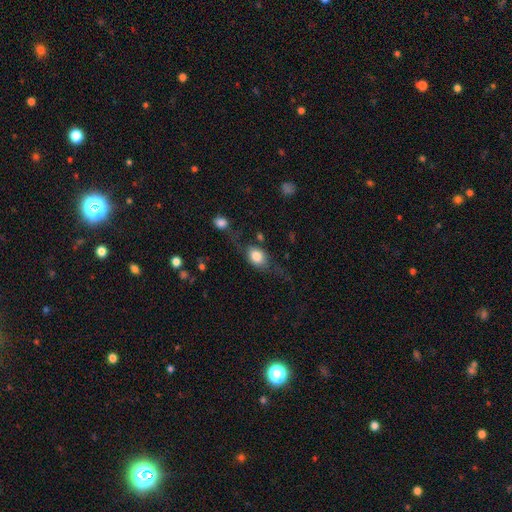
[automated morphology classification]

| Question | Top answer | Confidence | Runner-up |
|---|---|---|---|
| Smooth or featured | smooth | 65% | featured or disk (27%) |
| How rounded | in between | 58% | round (37%) |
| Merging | none | 48% | major disturbance (22%) |